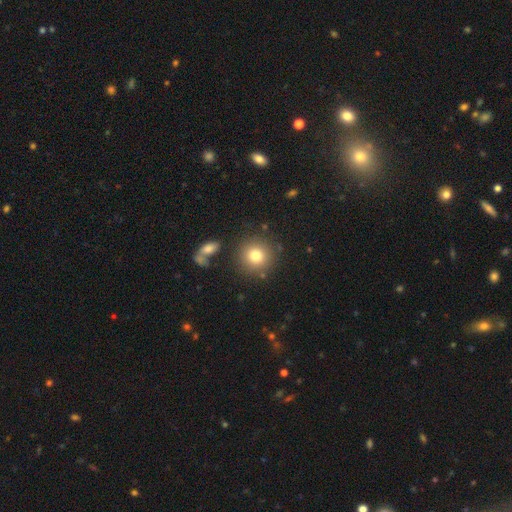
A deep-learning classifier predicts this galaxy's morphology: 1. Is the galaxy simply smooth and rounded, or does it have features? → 79% smooth, 11% star or artifact, 10% featured or disk.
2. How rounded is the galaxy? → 93% round, 6% in between, 1% cigar-shaped.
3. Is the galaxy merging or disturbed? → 84% none, 8% minor disturbance, 5% merger, 4% major disturbance.